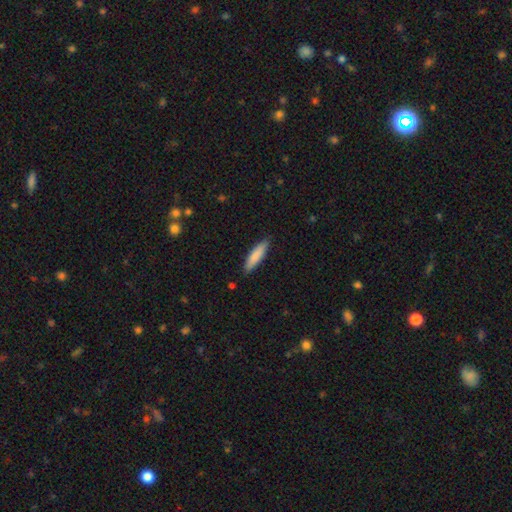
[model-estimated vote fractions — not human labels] Smooth or featured?
  - smooth: 84% *
  - featured or disk: 11%
  - star or artifact: 6%
How rounded?
  - cigar-shaped: 74% *
  - in between: 25%
  - round: 1%
Merging?
  - none: 86% *
  - minor disturbance: 11%
  - major disturbance: 2%
  - merger: 1%